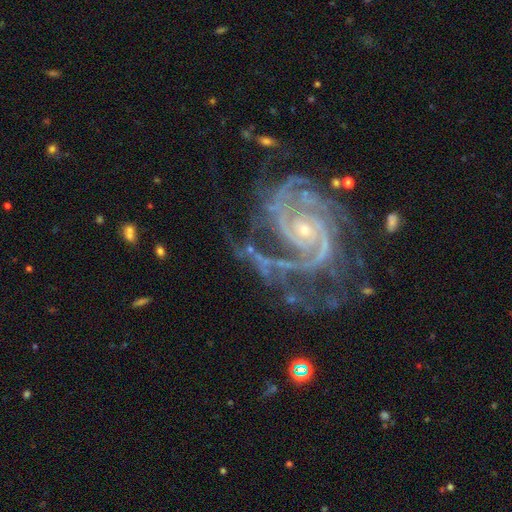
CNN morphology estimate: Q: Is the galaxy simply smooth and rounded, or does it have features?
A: featured or disk — 92%.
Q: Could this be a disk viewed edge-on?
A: no — 98%.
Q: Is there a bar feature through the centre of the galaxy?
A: no — 68%.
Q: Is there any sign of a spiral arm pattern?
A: yes — 98%.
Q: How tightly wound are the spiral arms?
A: tight — 65%.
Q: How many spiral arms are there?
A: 2 — 32%.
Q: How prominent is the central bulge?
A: small — 75%.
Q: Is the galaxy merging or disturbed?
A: none — 55%.